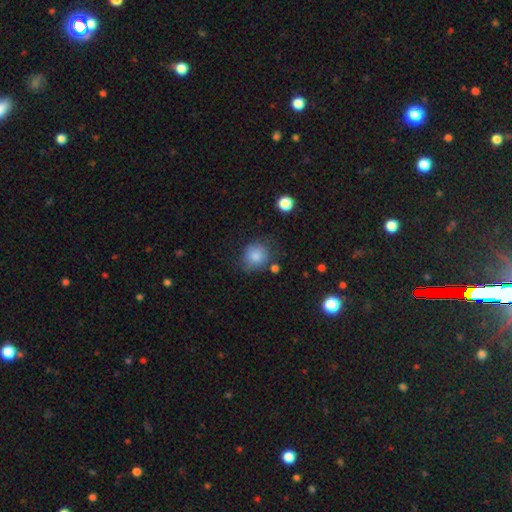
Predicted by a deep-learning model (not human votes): Q: Smooth or featured?
A: smooth (83%); runner-up: star or artifact (9%)
Q: How rounded?
A: round (79%); runner-up: in between (20%)
Q: Merging?
A: none (65%); runner-up: minor disturbance (22%)